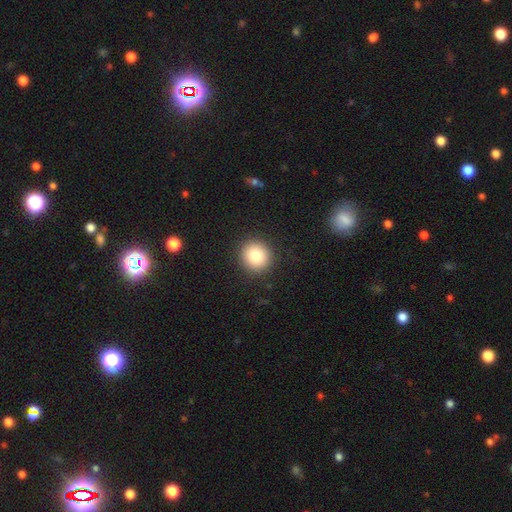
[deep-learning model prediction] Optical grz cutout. It shows a smooth galaxy with no disk features (81%) that is round (92%). Merging: none (91%).